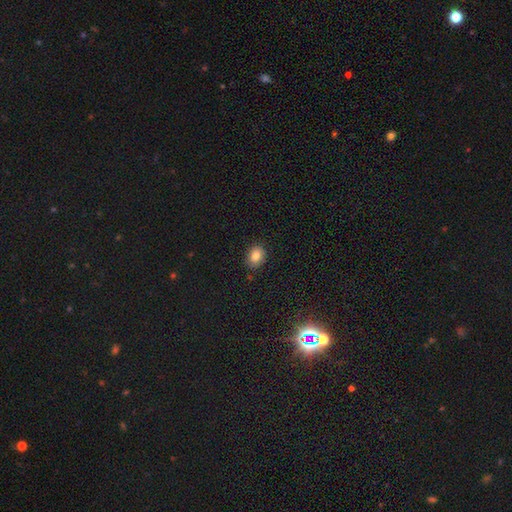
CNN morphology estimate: Smooth or featured? smooth (84%)
How rounded? in between (63%)
Merging? none (84%)